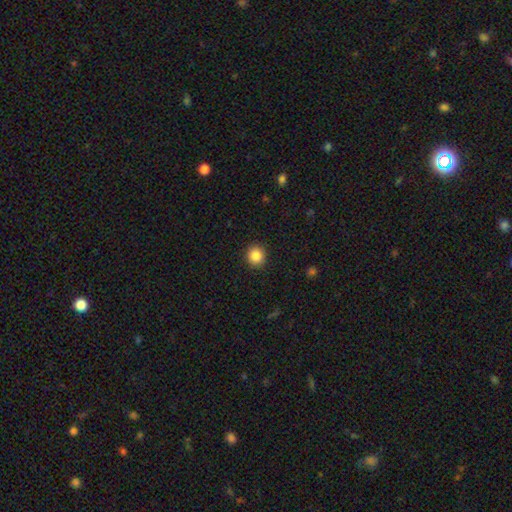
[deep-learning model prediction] smooth_or_featured: smooth (p=0.87) [alt: star or artifact p=0.09]
how_rounded: round (p=0.90) [alt: in between p=0.09]
merging: none (p=0.91) [alt: minor disturbance p=0.06]